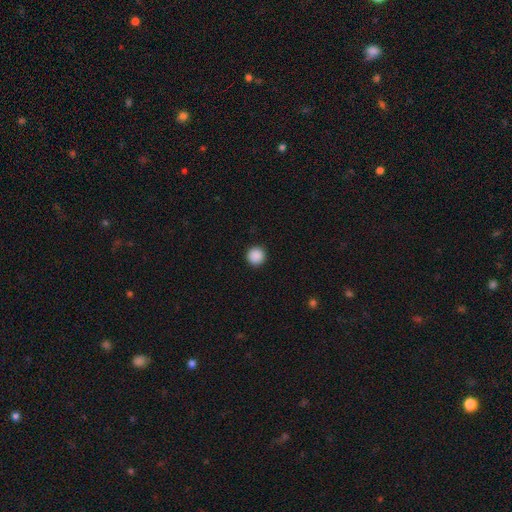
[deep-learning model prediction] The model was most divided on "smooth or featured": smooth: 89%, star or artifact: 9%, featured or disk: 2%. More confident: how rounded — round (96%); merging — none (93%).